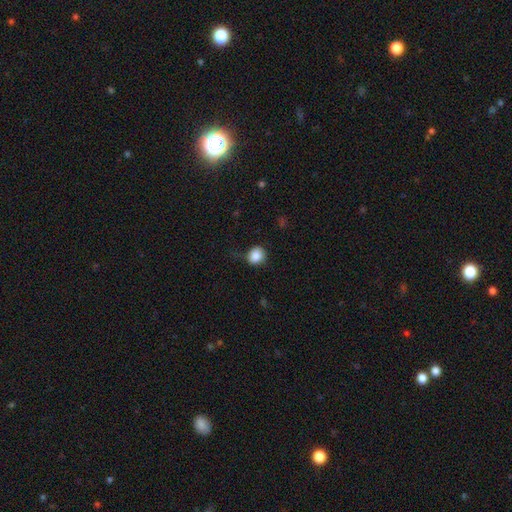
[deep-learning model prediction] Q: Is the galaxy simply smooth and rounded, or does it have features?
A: smooth — 86%.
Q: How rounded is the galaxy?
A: round — 78%.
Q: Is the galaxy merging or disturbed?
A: none — 66%.